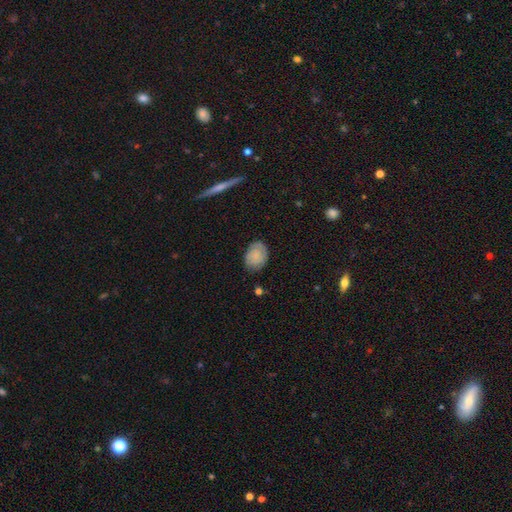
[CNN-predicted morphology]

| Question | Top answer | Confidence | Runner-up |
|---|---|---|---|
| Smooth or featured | smooth | 68% | featured or disk (24%) |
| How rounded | in between | 66% | round (33%) |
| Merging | none | 73% | minor disturbance (21%) |